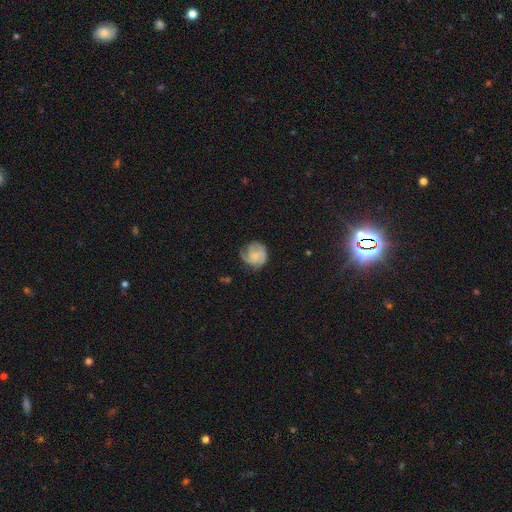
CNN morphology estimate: Smooth or featured?
  - featured or disk: 59% *
  - smooth: 34%
  - star or artifact: 8%
Edge-on disk?
  - no: 98% *
  - yes: 2%
Bar?
  - no: 74% *
  - weak: 22%
  - strong: 4%
Spiral arms?
  - yes: 90% *
  - no: 10%
Spiral winding?
  - tight: 52% *
  - medium: 35%
  - loose: 13%
Spiral arm count?
  - 2: 29% *
  - 3: 28%
  - can't tell: 23%
  - 1: 11%
  - 4: 5%
  - more than 4: 4%
Bulge size?
  - small: 43% *
  - none: 36%
  - moderate: 15%
  - large: 4%
  - dominant: 2%
Merging?
  - none: 63% *
  - minor disturbance: 24%
  - major disturbance: 12%
  - merger: 1%